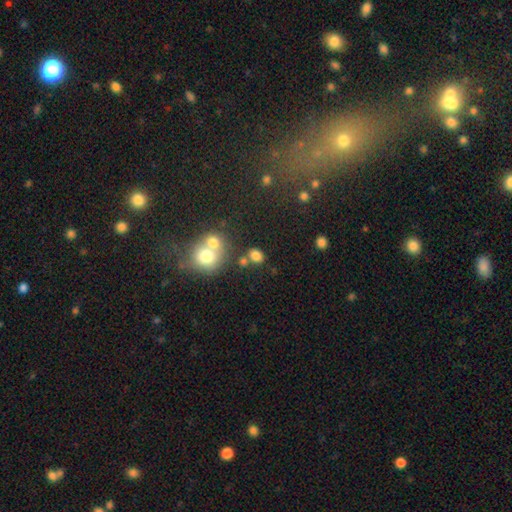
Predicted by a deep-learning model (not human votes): Morphology: type=smooth (78%); roundness=round (58%); merging=none (59%).